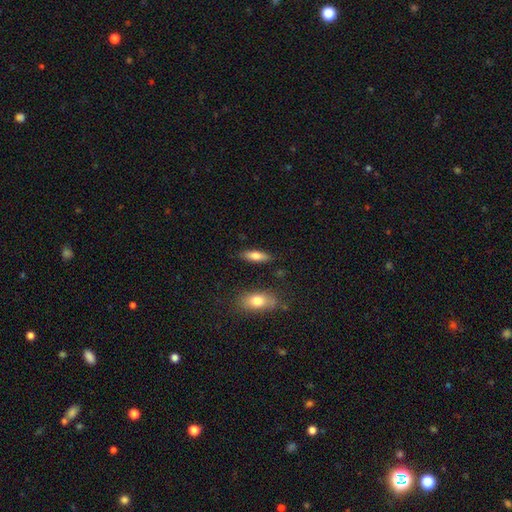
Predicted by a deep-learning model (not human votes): This appears to be a smooth galaxy with no disk features (74%) that is in between round and cigar-shaped (51%). Merging: none (83%).